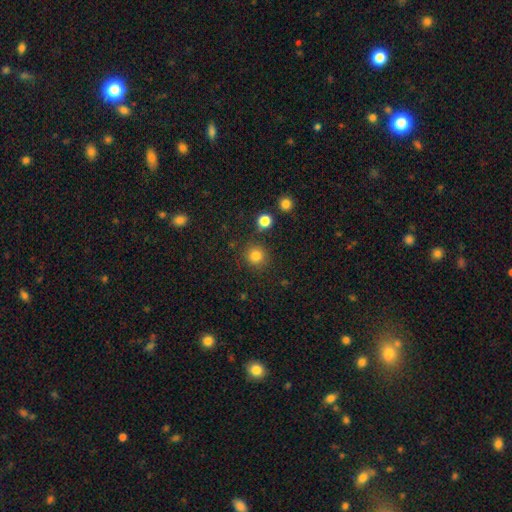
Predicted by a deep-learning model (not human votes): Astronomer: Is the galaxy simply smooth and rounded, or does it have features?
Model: smooth — 82%.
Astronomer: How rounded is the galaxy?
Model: round — 93%.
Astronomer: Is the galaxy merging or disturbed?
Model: none — 86%.